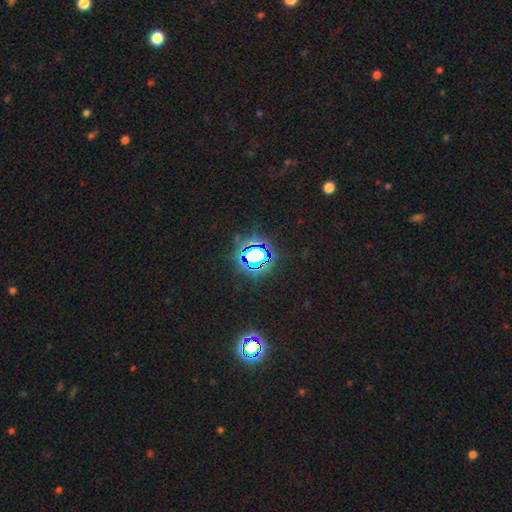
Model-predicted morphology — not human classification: Smooth or featured: star or artifact — 72% (smooth — 17%)